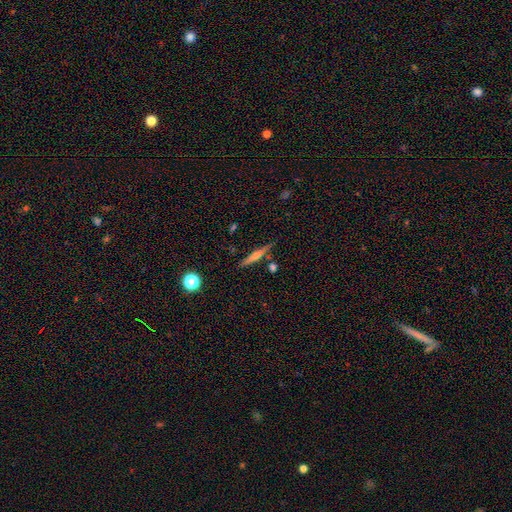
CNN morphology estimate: smooth_or_featured: featured or disk (p=0.58) [alt: smooth p=0.35]
disk_edge_on: yes (p=0.97) [alt: no p=0.03]
edge_on_bulge: rounded (p=0.73) [alt: none p=0.20]
merging: none (p=0.84) [alt: minor disturbance p=0.10]